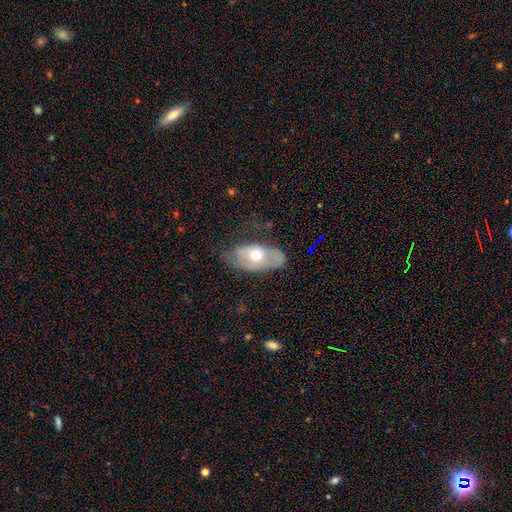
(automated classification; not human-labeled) Morphology: type=smooth (55%); roundness=in between (90%); merging=none (43%).